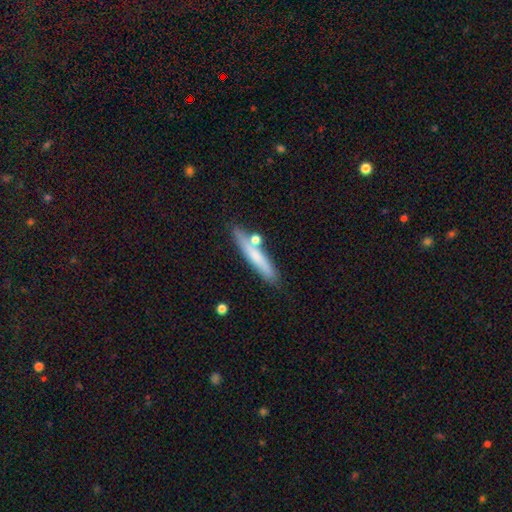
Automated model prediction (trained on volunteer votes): A smooth galaxy with no disk features (64%) that is cigar-shaped (91%).

Vote fractions:
- Smooth or featured? smooth: 64% / featured or disk: 29% / star or artifact: 7%
- How rounded? cigar-shaped: 91% / in between: 8% / round: 2%
- Merging? none: 74% / minor disturbance: 14% / merger: 10% / major disturbance: 3%